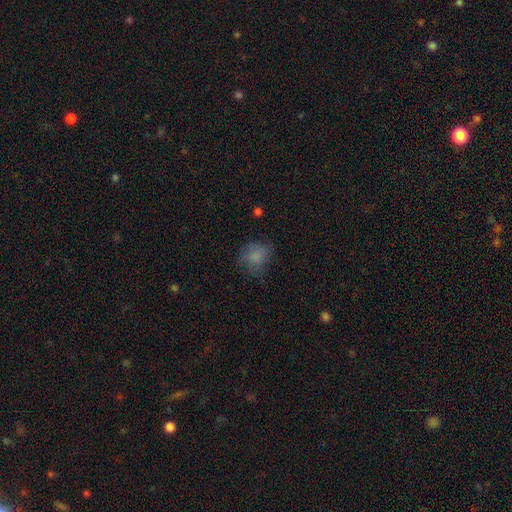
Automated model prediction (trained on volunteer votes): smooth-or-featured: smooth: 77% | star or artifact: 12% | featured or disk: 11%
  how-rounded: round: 66% | in between: 33% | cigar-shaped: 1%
  merging: none: 60% | minor disturbance: 25% | major disturbance: 14% | merger: 2%